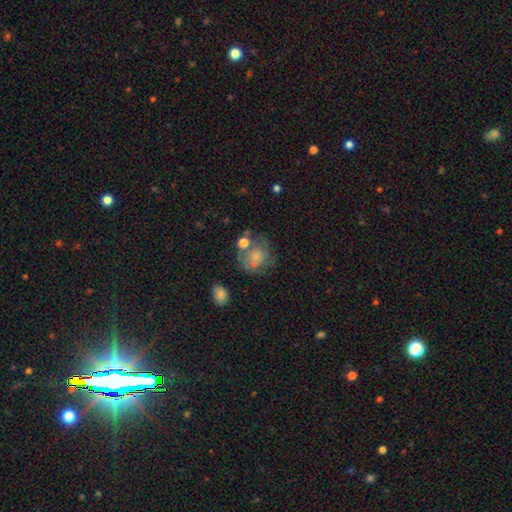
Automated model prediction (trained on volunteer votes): Morphology: type=smooth (45%); merging=none (58%).